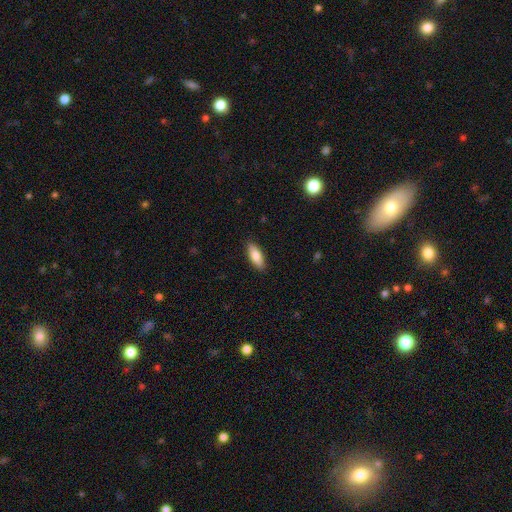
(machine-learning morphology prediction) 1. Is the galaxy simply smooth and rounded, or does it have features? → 81% smooth, 13% featured or disk, 6% star or artifact.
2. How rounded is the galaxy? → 74% in between, 24% cigar-shaped, 2% round.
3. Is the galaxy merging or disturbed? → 89% none, 8% minor disturbance, 2% major disturbance, 1% merger.